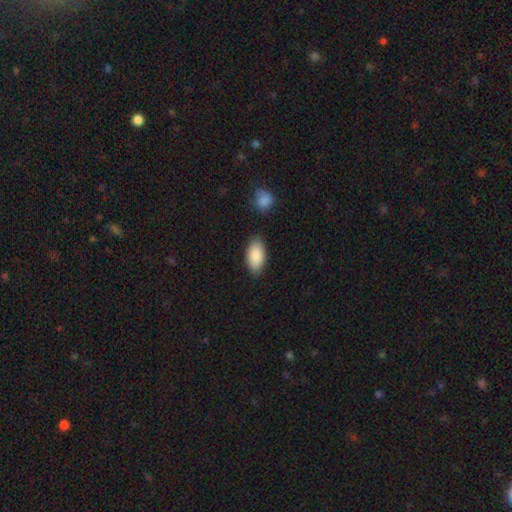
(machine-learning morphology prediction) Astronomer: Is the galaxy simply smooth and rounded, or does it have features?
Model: smooth — 89%.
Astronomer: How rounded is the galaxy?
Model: in between — 94%.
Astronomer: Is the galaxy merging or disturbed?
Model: none — 82%.